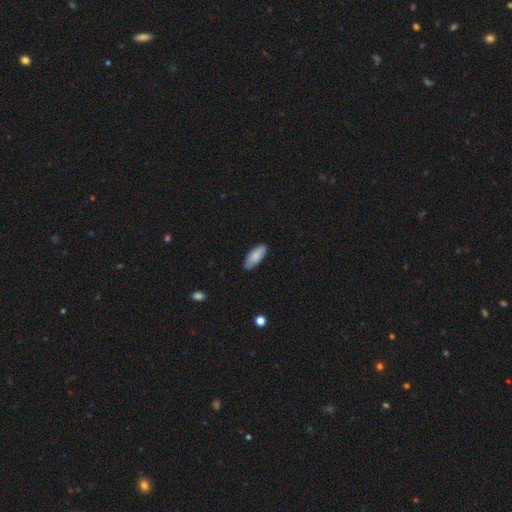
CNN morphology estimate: type=smooth (85%); roundness=in between (79%); merging=none (82%).